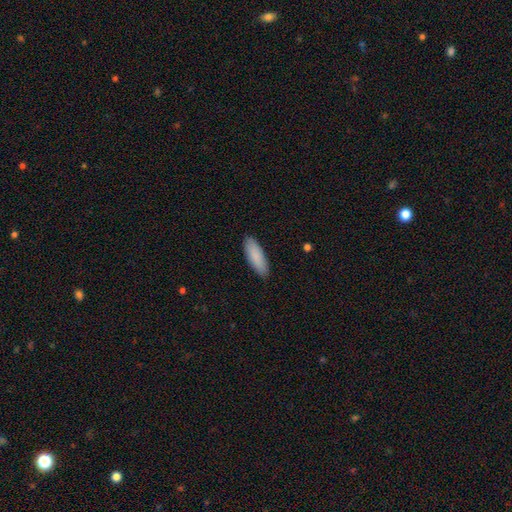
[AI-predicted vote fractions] Overall: smooth (89%). How rounded: in between (62%; cigar-shaped 36%). Merging: none (89%).